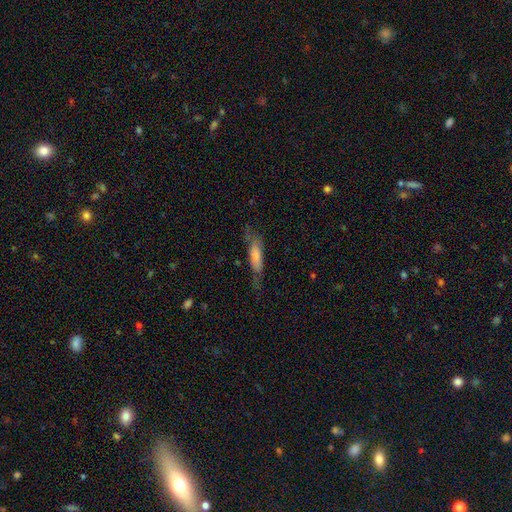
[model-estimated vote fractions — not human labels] smooth_or_featured: smooth (p=0.65) [alt: featured or disk p=0.29]
how_rounded: cigar-shaped (p=0.60) [alt: in between p=0.38]
merging: none (p=0.54) [alt: minor disturbance p=0.28]